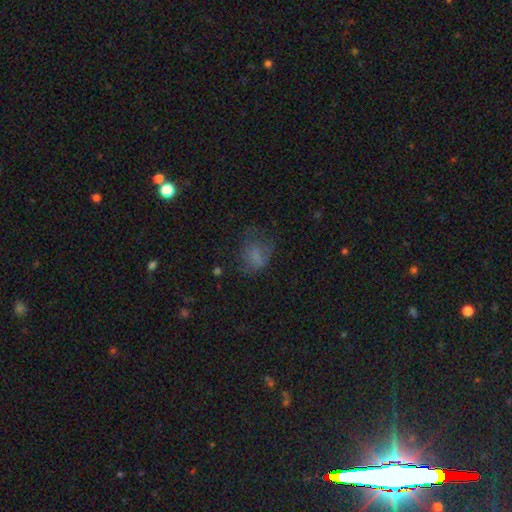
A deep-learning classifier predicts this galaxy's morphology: Overall: smooth (63%). How rounded: in between (59%; round 39%). Merging: none (44%; major disturbance 29%).